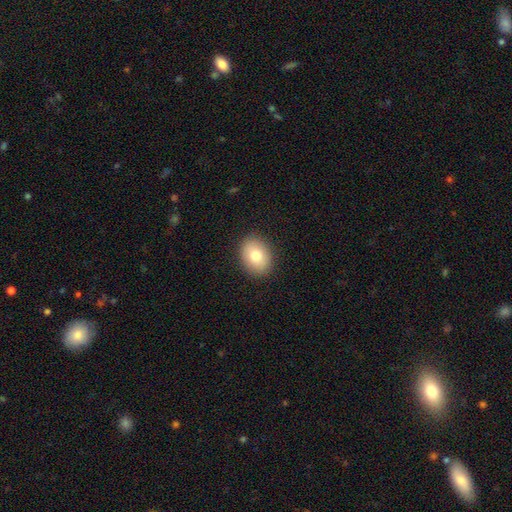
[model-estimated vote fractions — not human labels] Smooth or featured? Predicted: smooth (p=0.78). How rounded? Predicted: in between (p=0.61). Merging? Predicted: none (p=0.89).